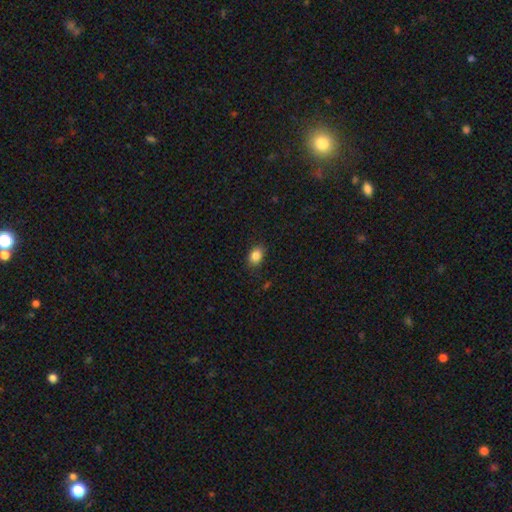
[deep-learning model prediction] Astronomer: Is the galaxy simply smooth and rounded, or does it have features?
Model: smooth — 86%.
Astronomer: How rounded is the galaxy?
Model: in between — 75%.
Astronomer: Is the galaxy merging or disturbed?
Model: none — 85%.